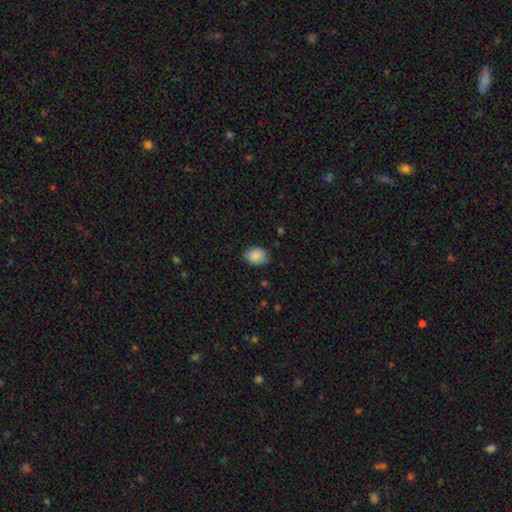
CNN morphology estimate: A smooth galaxy with no disk features (88%) that is in between round and cigar-shaped (64%). Merging: none (82%).